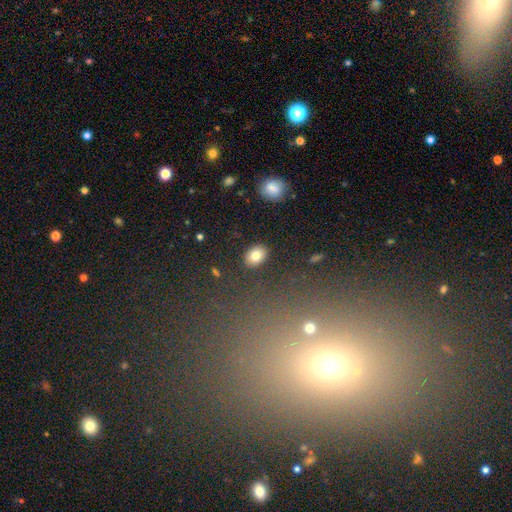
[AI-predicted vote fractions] Q: Smooth or featured?
A: smooth (80%); runner-up: featured or disk (11%)
Q: How rounded?
A: in between (72%); runner-up: round (27%)
Q: Merging?
A: none (88%); runner-up: minor disturbance (8%)